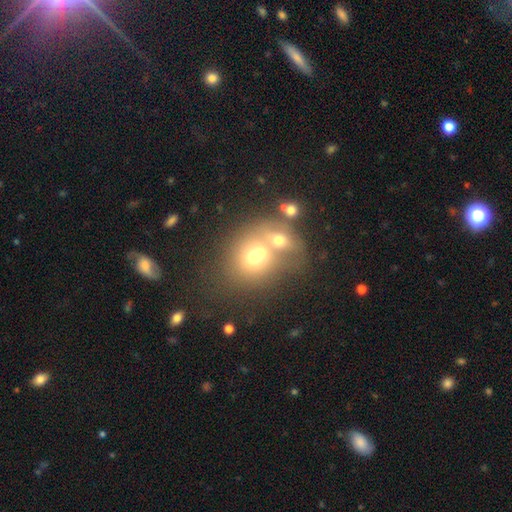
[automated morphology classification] This appears to be a smooth galaxy with no disk features (59%) that is round (63%). Merging: merger (57%).